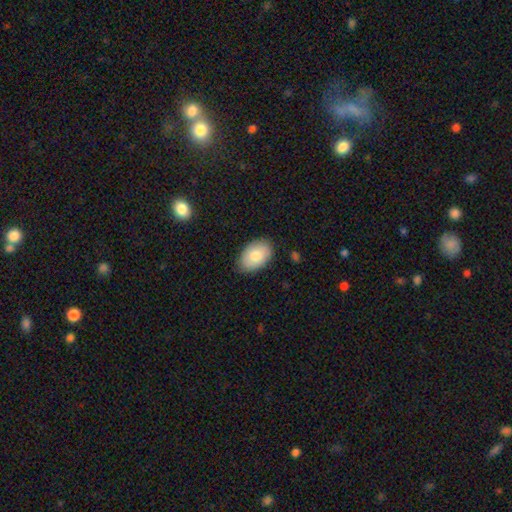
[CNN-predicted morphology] Smooth or featured? Predicted: smooth (p=0.80). How rounded? Predicted: in between (p=0.89). Merging? Predicted: none (p=0.80).